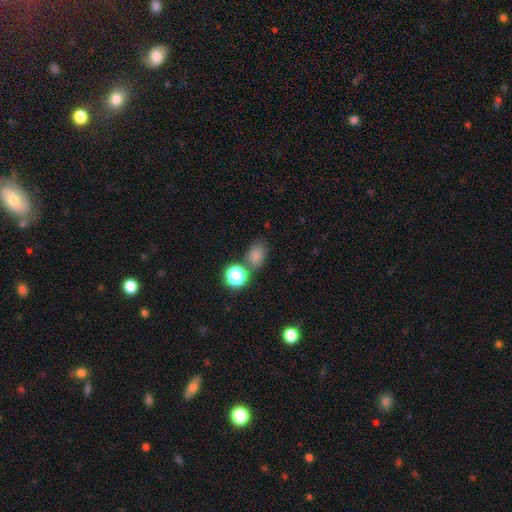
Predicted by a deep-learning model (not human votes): smooth 76%, star or artifact 18%, featured or disk 6%. Down the decision tree: how rounded — in between (62%); merging — none (67%).